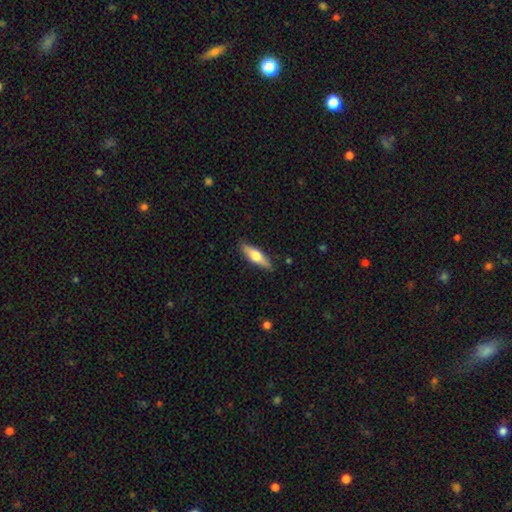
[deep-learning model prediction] Morphology: type=smooth (57%); roundness=cigar-shaped (56%); merging=none (88%).